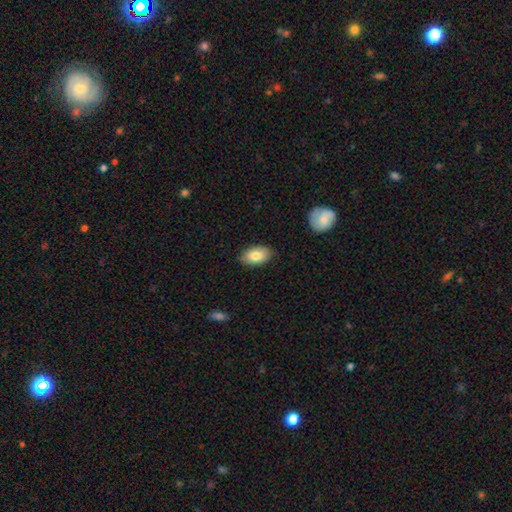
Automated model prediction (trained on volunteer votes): Smooth or featured? smooth (82%)
How rounded? in between (93%)
Merging? none (85%)